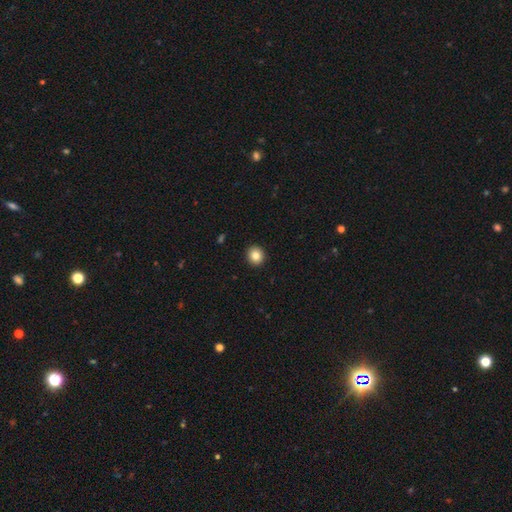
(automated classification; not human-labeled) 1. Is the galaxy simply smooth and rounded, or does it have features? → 84% smooth, 10% star or artifact, 6% featured or disk.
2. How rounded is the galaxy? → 90% round, 9% in between, 1% cigar-shaped.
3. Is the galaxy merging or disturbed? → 93% none, 4% minor disturbance, 1% major disturbance, 1% merger.